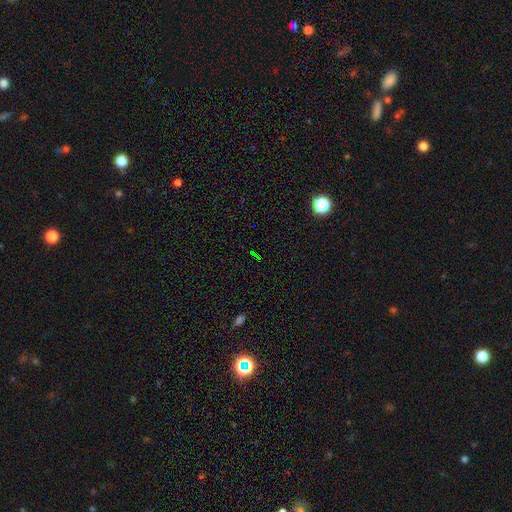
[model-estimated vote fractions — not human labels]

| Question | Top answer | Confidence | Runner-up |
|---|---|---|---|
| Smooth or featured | star or artifact | 73% | smooth (16%) |